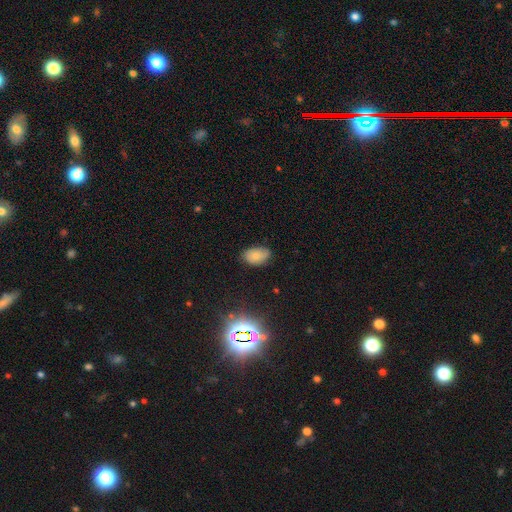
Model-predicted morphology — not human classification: The model was most divided on "merging": none: 75%, minor disturbance: 20%, major disturbance: 4%, merger: 1%. More confident: how rounded — in between (90%); smooth or featured — smooth (76%).